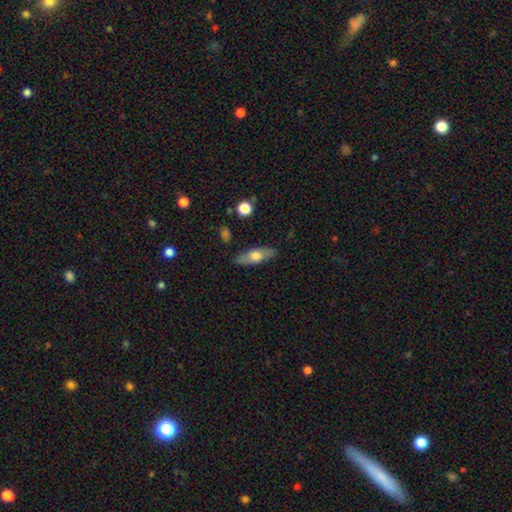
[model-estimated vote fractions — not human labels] smooth_or_featured: smooth (p=0.60) [alt: featured or disk p=0.33]
how_rounded: in between (p=0.62) [alt: cigar-shaped p=0.35]
merging: none (p=0.83) [alt: minor disturbance p=0.13]